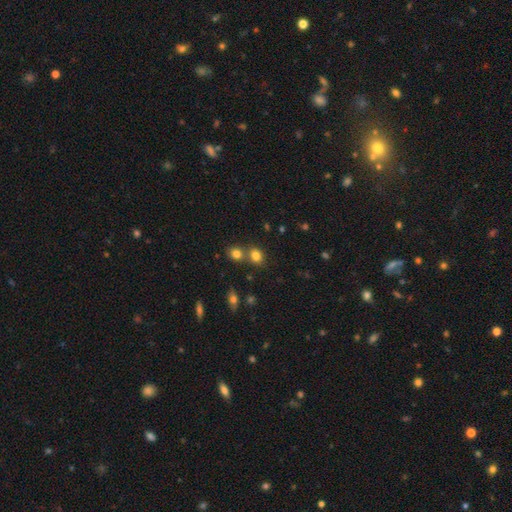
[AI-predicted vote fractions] Morphology: type=smooth (80%); roundness=round (59%); merging=none (57%).